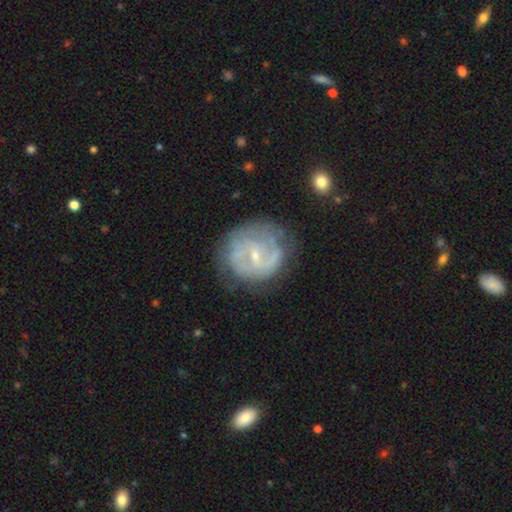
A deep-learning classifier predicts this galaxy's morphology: type=featured or disk (74%); edge-on=no (98%); bar=weak (49%); spiral arms=yes (79%); winding=tight (47%); arm count=2 (39%, tied with can't tell); bulge=small (72%); merging=none (63%).